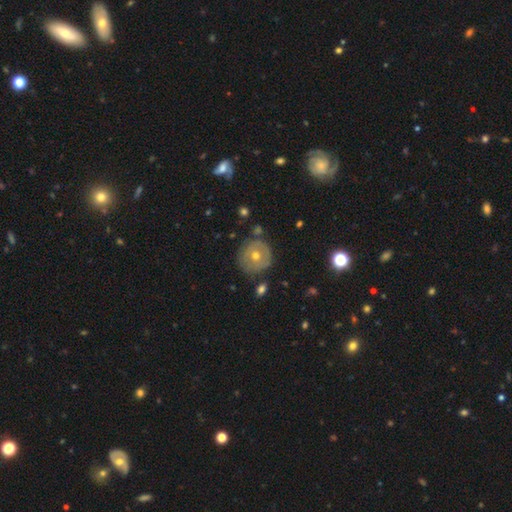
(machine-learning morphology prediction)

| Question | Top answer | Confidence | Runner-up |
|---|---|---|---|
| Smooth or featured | featured or disk | 45% | smooth (44%) |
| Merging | none | 82% | minor disturbance (12%) |